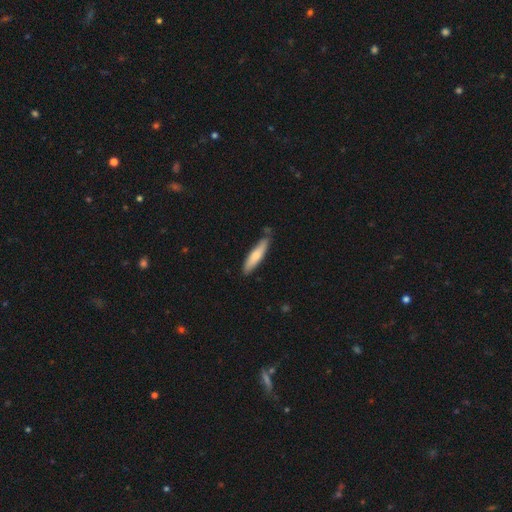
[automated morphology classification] This appears to be a smooth galaxy with no disk features (66%) that is cigar-shaped (78%). Merging: none (78%).